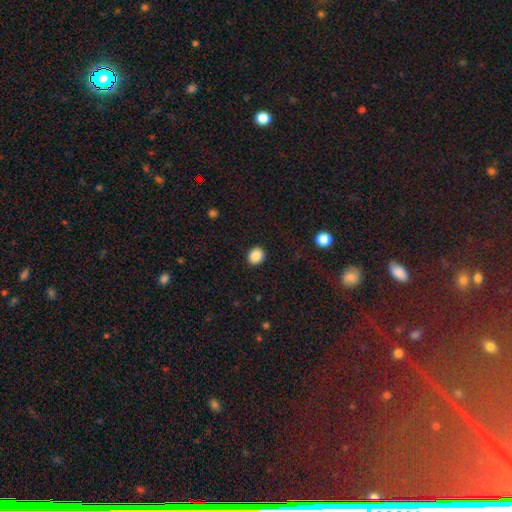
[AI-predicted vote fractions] This is clearly a smooth galaxy (88%). How rounded: likely round (75%). Merging: clearly none (92%).